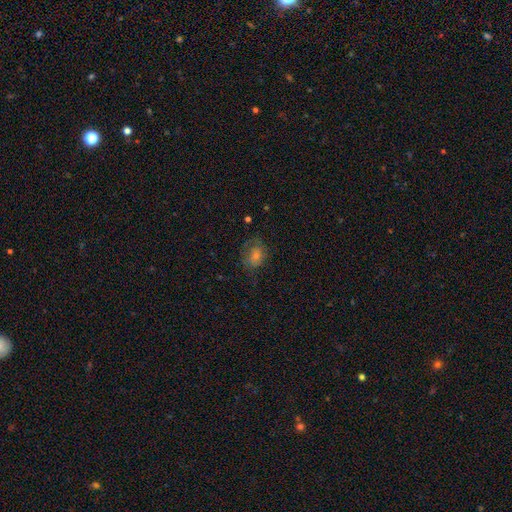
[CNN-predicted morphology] smooth_or_featured: smooth (p=0.48) [alt: featured or disk p=0.32]
merging: none (p=0.64) [alt: minor disturbance p=0.21]